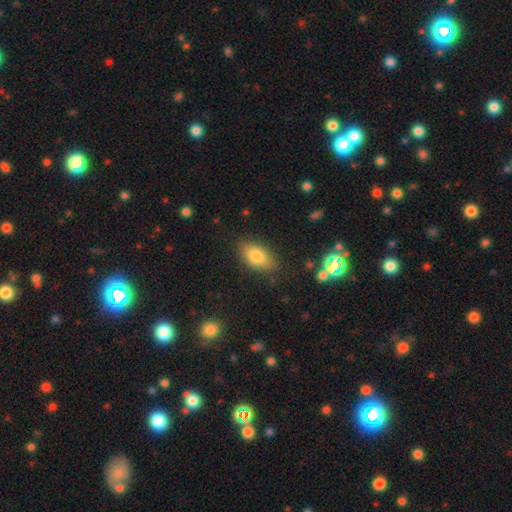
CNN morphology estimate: Smooth or featured? Predicted: smooth (p=0.82). How rounded? Predicted: in between (p=0.91). Merging? Predicted: none (p=0.81).